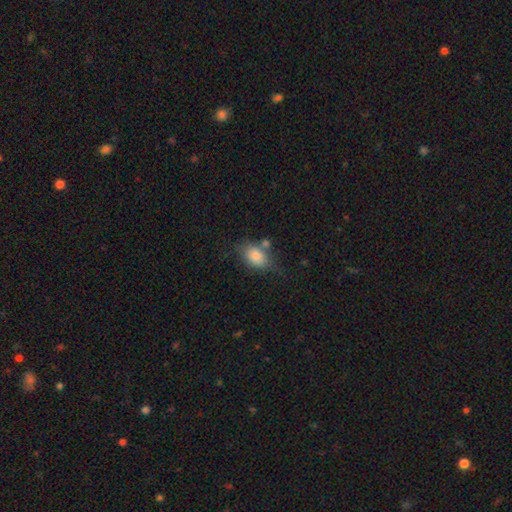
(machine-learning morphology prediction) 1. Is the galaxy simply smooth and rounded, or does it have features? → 82% smooth, 10% featured or disk, 8% star or artifact.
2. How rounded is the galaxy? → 82% in between, 15% round, 2% cigar-shaped.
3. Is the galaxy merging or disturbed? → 56% none, 23% minor disturbance, 13% merger, 8% major disturbance.